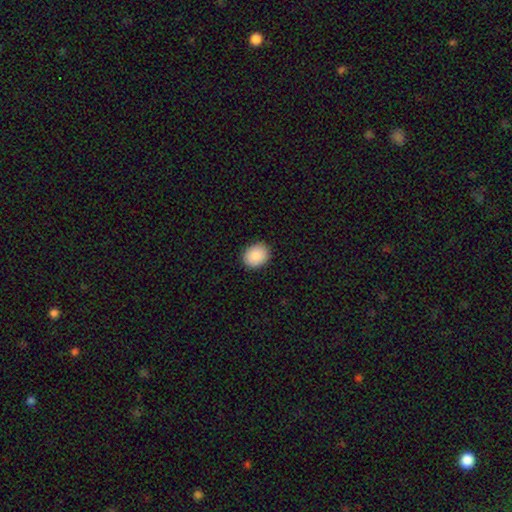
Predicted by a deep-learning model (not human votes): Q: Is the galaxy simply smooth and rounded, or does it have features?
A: smooth — 89%.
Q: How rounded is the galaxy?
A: in between — 52%.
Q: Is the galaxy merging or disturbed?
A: none — 89%.